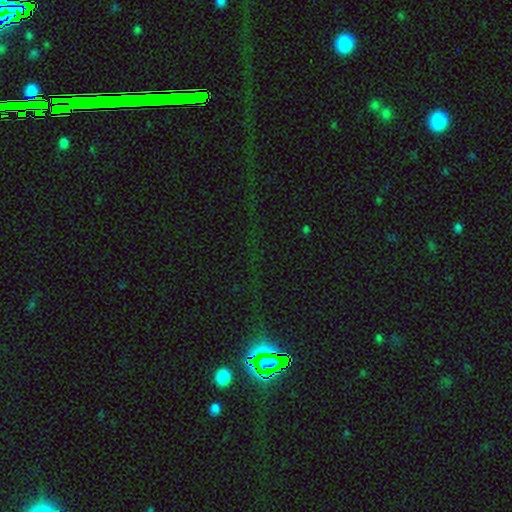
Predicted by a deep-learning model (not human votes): Q: Smooth or featured?
A: star or artifact (78%); runner-up: smooth (11%)